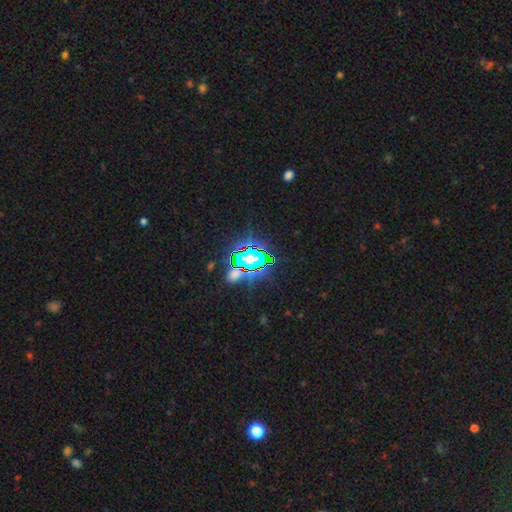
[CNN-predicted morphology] A star or artifact, not a galaxy (80%).